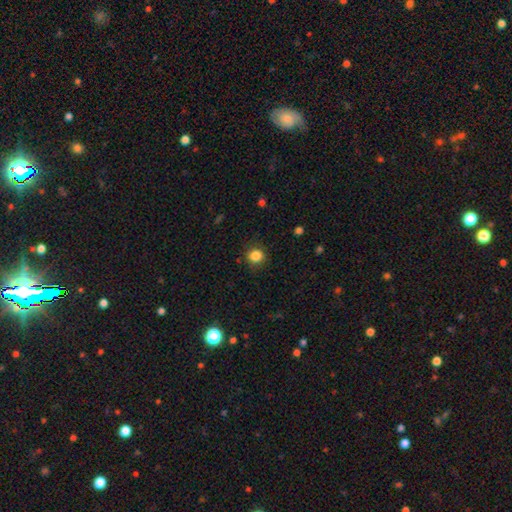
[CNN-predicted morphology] Smooth or featured? Predicted: smooth (p=0.85). How rounded? Predicted: round (p=0.86). Merging? Predicted: none (p=0.87).